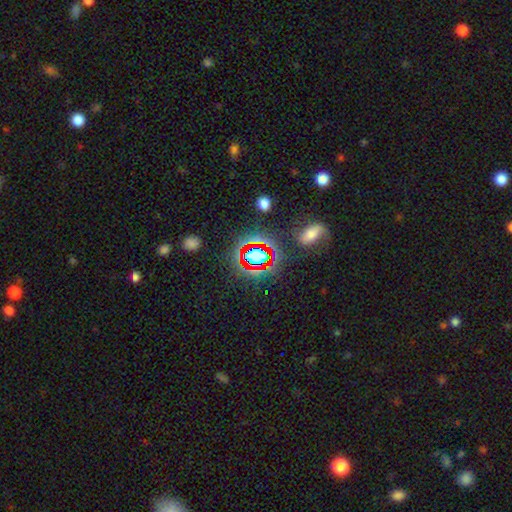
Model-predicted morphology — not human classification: Smooth or featured? star or artifact (60%)